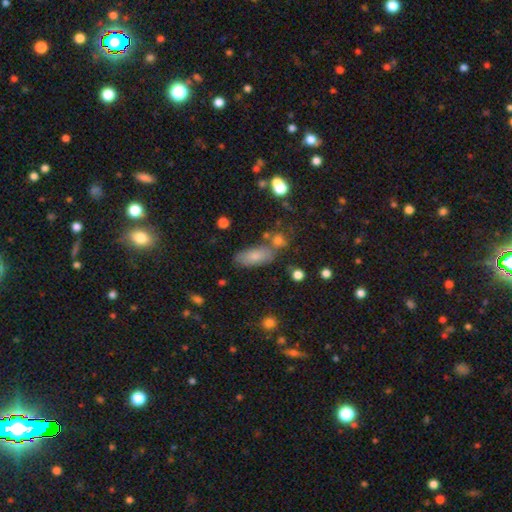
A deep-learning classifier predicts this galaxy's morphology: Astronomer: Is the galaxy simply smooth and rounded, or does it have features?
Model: smooth — 74%.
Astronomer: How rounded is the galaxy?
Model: in between — 79%.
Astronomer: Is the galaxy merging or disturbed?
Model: none — 68%.